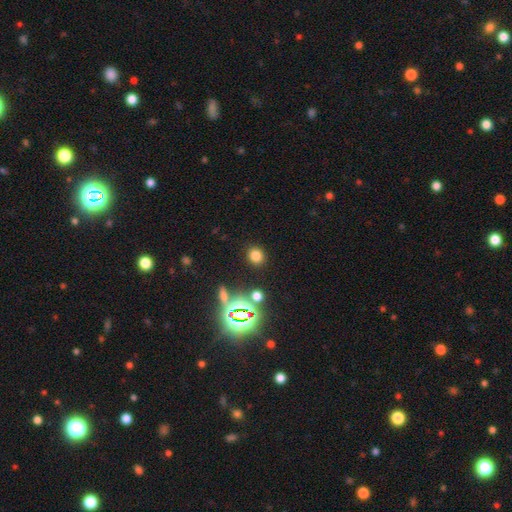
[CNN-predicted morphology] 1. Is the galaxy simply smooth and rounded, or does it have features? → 71% smooth, 22% star or artifact, 6% featured or disk.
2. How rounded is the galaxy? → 75% round, 23% in between, 1% cigar-shaped.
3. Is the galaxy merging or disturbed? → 87% none, 7% minor disturbance, 3% major disturbance, 3% merger.